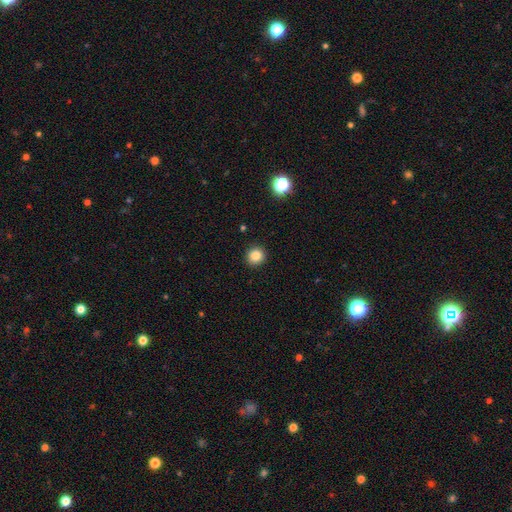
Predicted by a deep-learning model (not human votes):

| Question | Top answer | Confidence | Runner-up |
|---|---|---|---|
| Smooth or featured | smooth | 85% | star or artifact (11%) |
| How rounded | round | 92% | in between (7%) |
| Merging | none | 91% | minor disturbance (6%) |